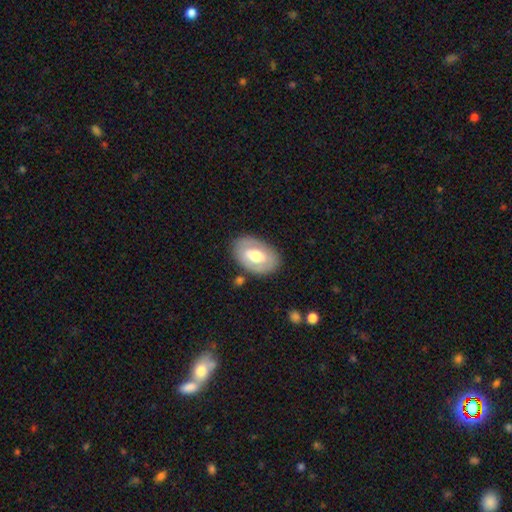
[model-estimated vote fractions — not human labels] Morphology: type=smooth (47%, tied with featured or disk); merging=none (80%).